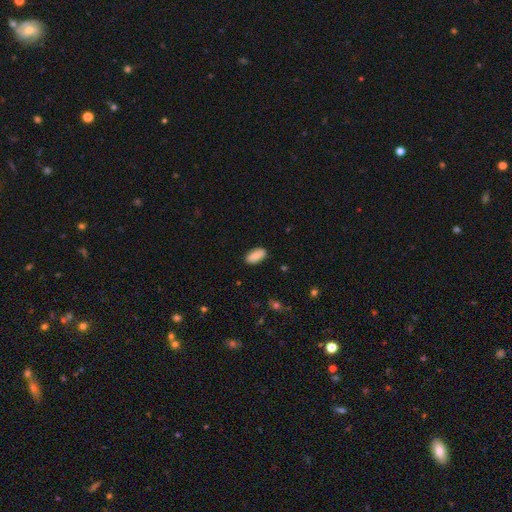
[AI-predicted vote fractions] The model was most divided on "merging": none: 87%, minor disturbance: 10%, major disturbance: 2%, merger: 1%. More confident: how rounded — in between (94%); smooth or featured — smooth (86%).